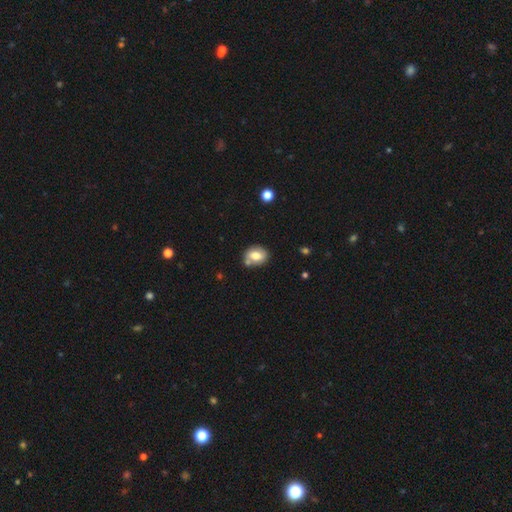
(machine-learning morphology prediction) Smooth or featured?
  - smooth: 72% *
  - featured or disk: 20%
  - star or artifact: 9%
How rounded?
  - in between: 59% *
  - round: 40%
  - cigar-shaped: 1%
Merging?
  - none: 62% *
  - merger: 17%
  - minor disturbance: 17%
  - major disturbance: 4%